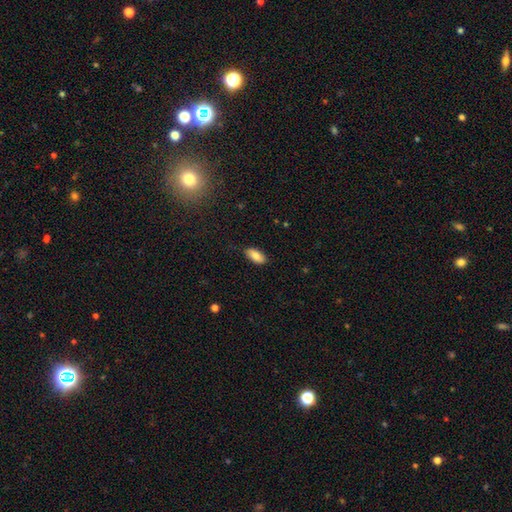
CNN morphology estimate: Q: Smooth or featured?
A: smooth (83%); runner-up: featured or disk (10%)
Q: How rounded?
A: in between (89%); runner-up: cigar-shaped (9%)
Q: Merging?
A: none (81%); runner-up: minor disturbance (15%)